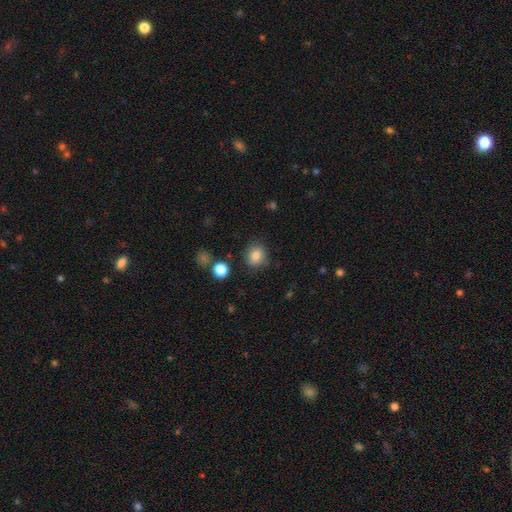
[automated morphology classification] Q: Smooth or featured?
A: smooth (83%); runner-up: star or artifact (10%)
Q: How rounded?
A: round (68%); runner-up: in between (31%)
Q: Merging?
A: none (83%); runner-up: minor disturbance (11%)